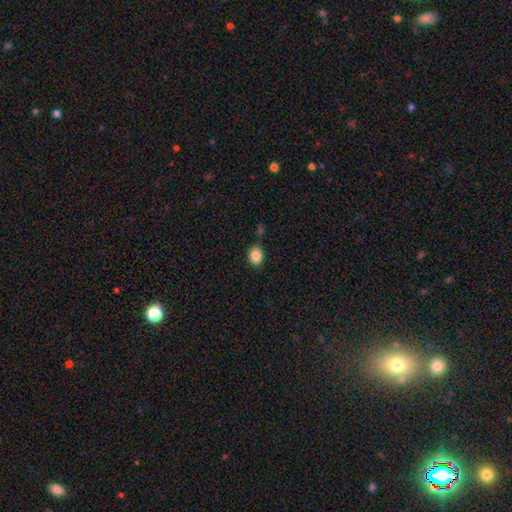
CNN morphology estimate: Q: Smooth or featured?
A: smooth (86%); runner-up: star or artifact (9%)
Q: How rounded?
A: round (53%); runner-up: in between (47%)
Q: Merging?
A: none (81%); runner-up: minor disturbance (11%)